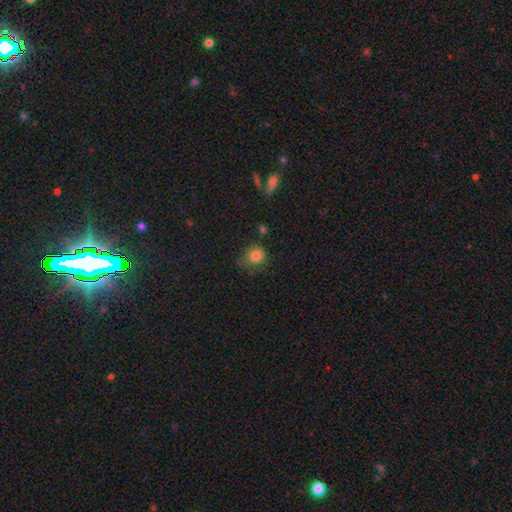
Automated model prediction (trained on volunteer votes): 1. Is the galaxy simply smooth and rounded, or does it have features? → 82% smooth, 12% star or artifact, 7% featured or disk.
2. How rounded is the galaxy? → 77% round, 22% in between, 1% cigar-shaped.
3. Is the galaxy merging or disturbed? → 59% none, 28% minor disturbance, 9% major disturbance, 4% merger.